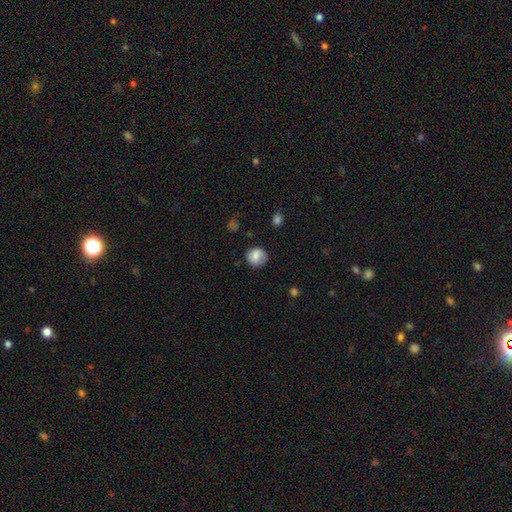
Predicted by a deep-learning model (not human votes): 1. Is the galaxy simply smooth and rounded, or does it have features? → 70% smooth, 22% featured or disk, 8% star or artifact.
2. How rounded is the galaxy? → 85% round, 14% in between, 1% cigar-shaped.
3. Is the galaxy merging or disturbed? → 80% none, 14% minor disturbance, 4% major disturbance, 2% merger.